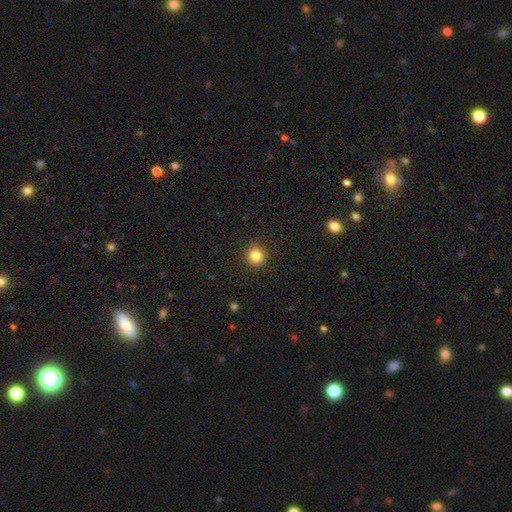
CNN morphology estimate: A smooth galaxy with no disk features (83%) that is round (93%).

Vote fractions:
- Smooth or featured? smooth: 83% / star or artifact: 12% / featured or disk: 5%
- How rounded? round: 93% / in between: 6% / cigar-shaped: 1%
- Merging? none: 92% / minor disturbance: 5% / major disturbance: 2% / merger: 1%